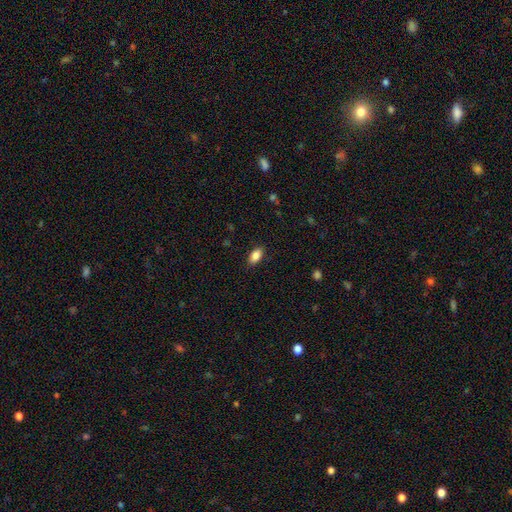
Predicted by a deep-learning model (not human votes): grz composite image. It shows a smooth galaxy with no disk features (86%) that is in between round and cigar-shaped (91%). Merging: none (88%).